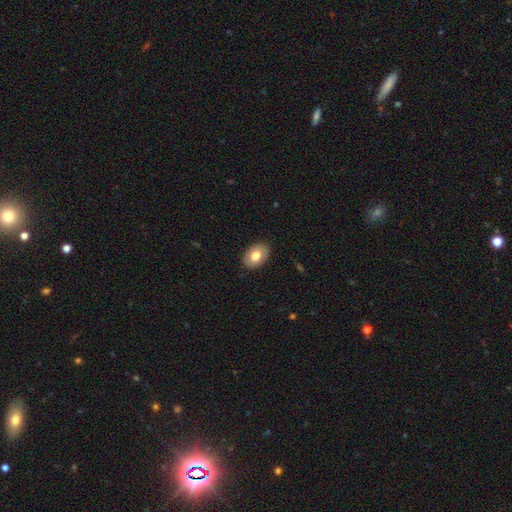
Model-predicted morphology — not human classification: Q: Smooth or featured?
A: smooth (78%); runner-up: featured or disk (16%)
Q: How rounded?
A: in between (84%); runner-up: round (15%)
Q: Merging?
A: none (89%); runner-up: minor disturbance (8%)